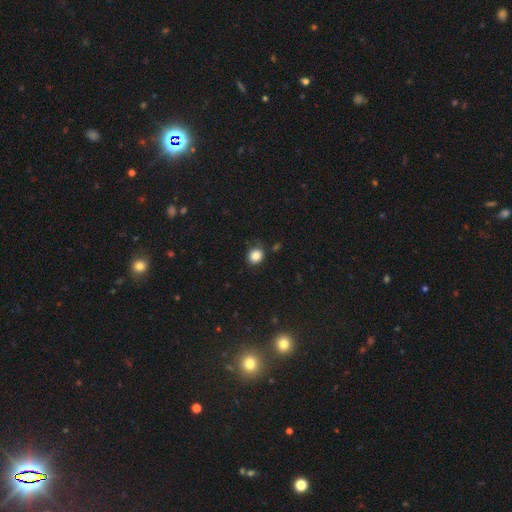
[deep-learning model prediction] Morphology: type=smooth (86%); roundness=round (74%); merging=none (79%).